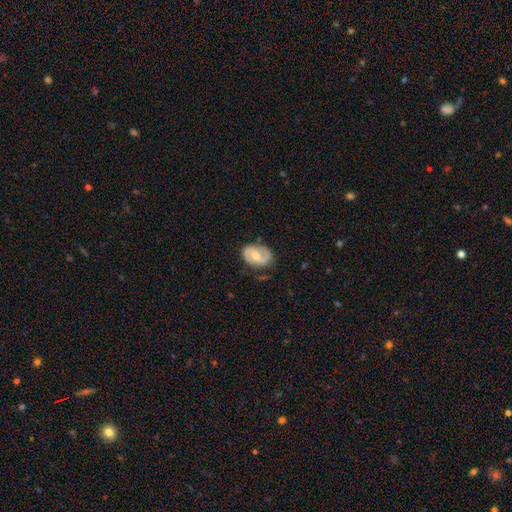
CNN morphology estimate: This appears to be a featured or disk galaxy (73%) with a weak bar (47%), 2 (85%) medium (49%) spiral arms (90%) and a moderate central bulge (59%). Merging: none (74%).